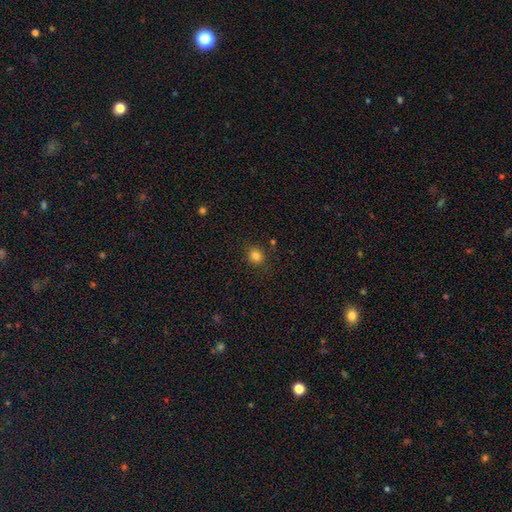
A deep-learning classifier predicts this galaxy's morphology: Smooth or featured? smooth (82%)
How rounded? round (82%)
Merging? none (84%)